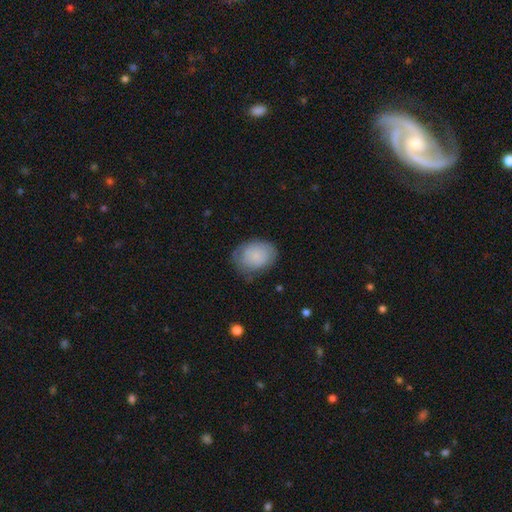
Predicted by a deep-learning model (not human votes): Q: Smooth or featured?
A: smooth (75%); runner-up: featured or disk (18%)
Q: How rounded?
A: in between (62%); runner-up: round (37%)
Q: Merging?
A: none (61%); runner-up: minor disturbance (29%)